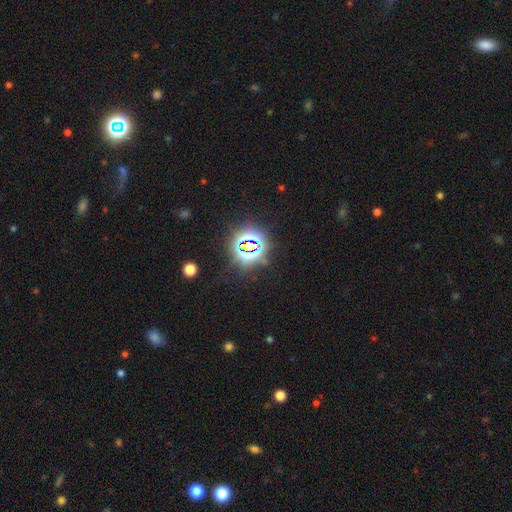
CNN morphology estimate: smooth_or_featured: star or artifact (p=0.77) [alt: smooth p=0.16]